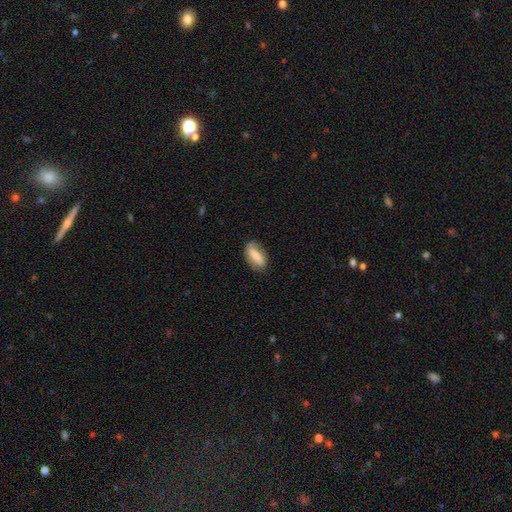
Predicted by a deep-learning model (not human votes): Overall: smooth (71%). How rounded: in between (77%). Merging: none (78%).